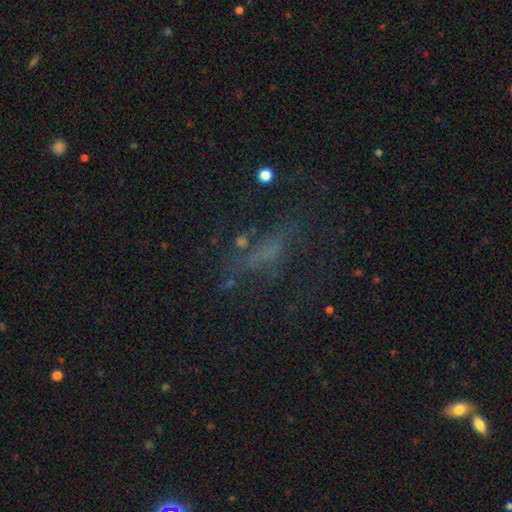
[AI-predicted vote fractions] A featured or disk galaxy (35%). Merging: none (50%).